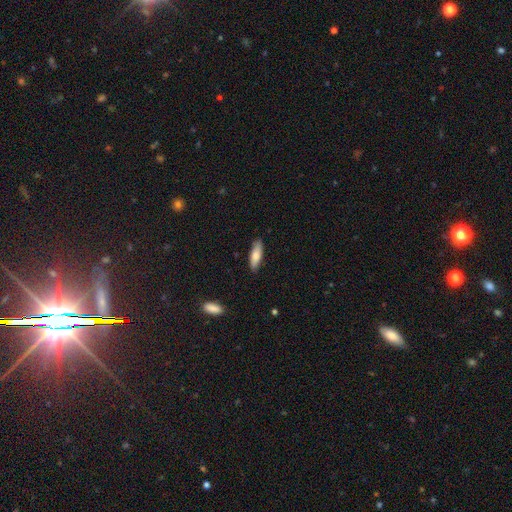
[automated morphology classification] This appears to be a smooth galaxy with no disk features (79%) that is cigar-shaped (50%). Merging: none (86%).